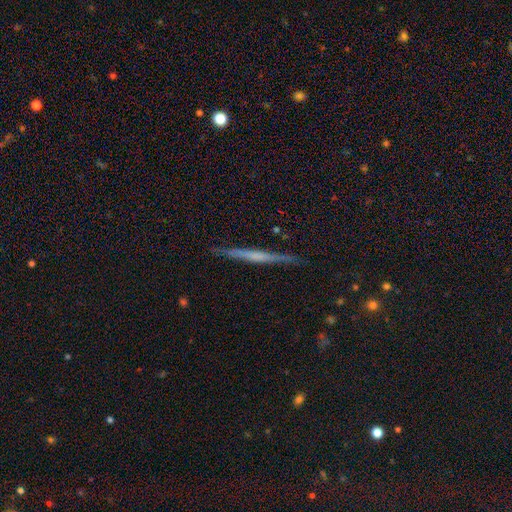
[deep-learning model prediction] Overall: featured or disk (62%; smooth 32%). Edge-on disk: yes (97%). Edge-on bulge: none (64%). Merging: none (89%).